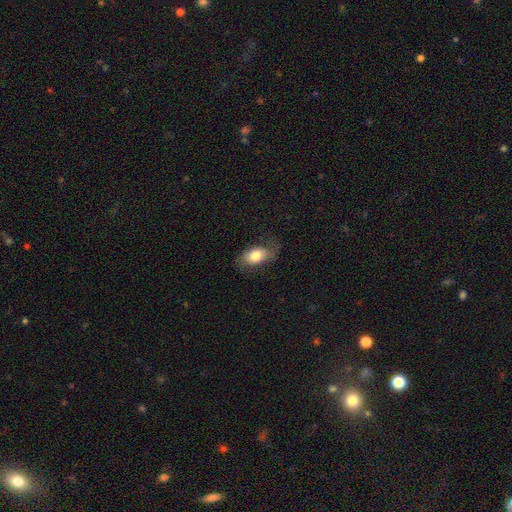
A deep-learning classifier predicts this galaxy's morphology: smooth 72%, featured or disk 21%, star or artifact 7%. Down the decision tree: how rounded — in between (88%); merging — none (64%).